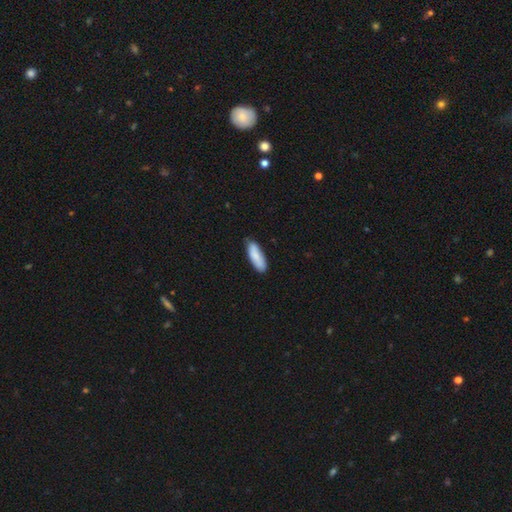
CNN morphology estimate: Overall: smooth (84%). How rounded: in between (57%; cigar-shaped 42%). Merging: none (80%).